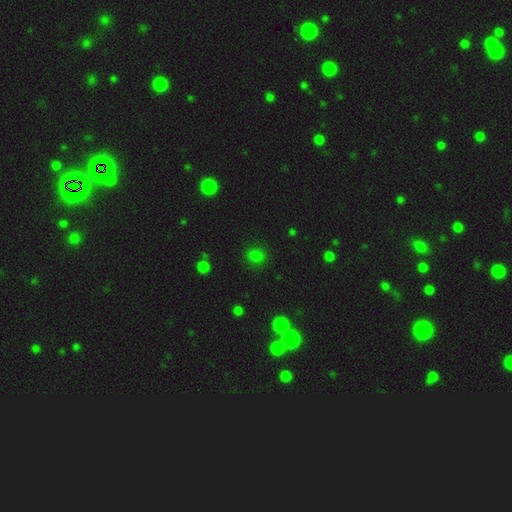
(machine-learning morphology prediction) Smooth or featured?
  - smooth: 76% *
  - star or artifact: 20%
  - featured or disk: 5%
How rounded?
  - round: 73% *
  - in between: 26%
  - cigar-shaped: 1%
Merging?
  - none: 84% *
  - minor disturbance: 11%
  - major disturbance: 4%
  - merger: 2%